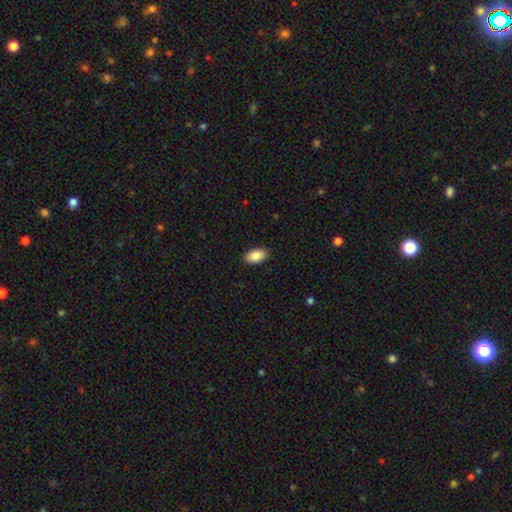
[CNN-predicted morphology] type=smooth (88%); roundness=in between (94%); merging=none (89%).